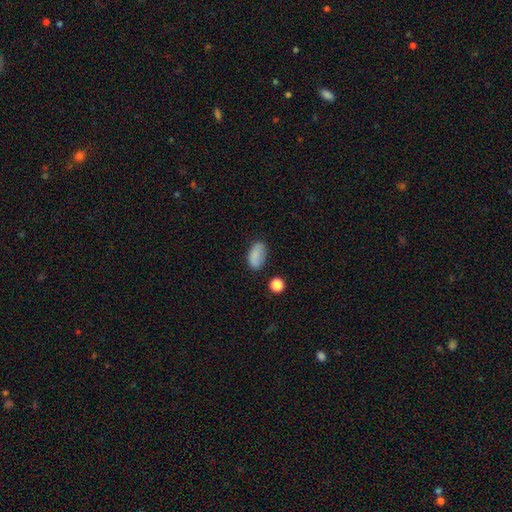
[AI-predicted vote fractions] A smooth galaxy with no disk features (84%) that is in between round and cigar-shaped (92%). Merging: none (74%).